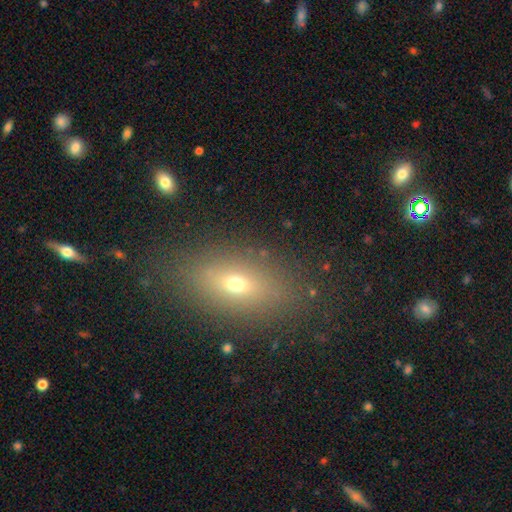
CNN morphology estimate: Smooth or featured? Predicted: smooth (p=0.57). How rounded? Predicted: in between (p=0.73). Merging? Predicted: none (p=0.83).